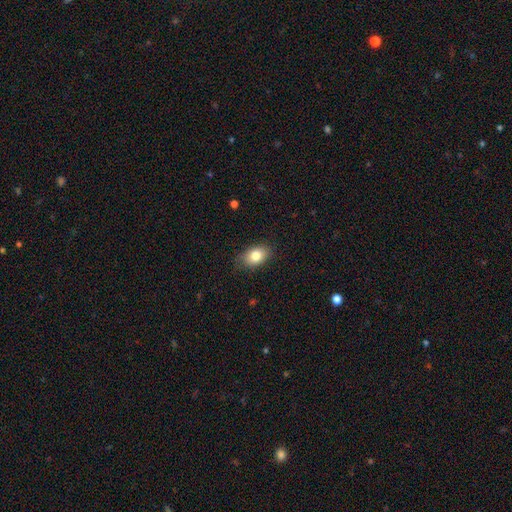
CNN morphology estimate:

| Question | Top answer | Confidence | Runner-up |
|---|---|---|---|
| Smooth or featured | smooth | 81% | featured or disk (11%) |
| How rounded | in between | 84% | round (14%) |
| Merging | none | 81% | minor disturbance (15%) |